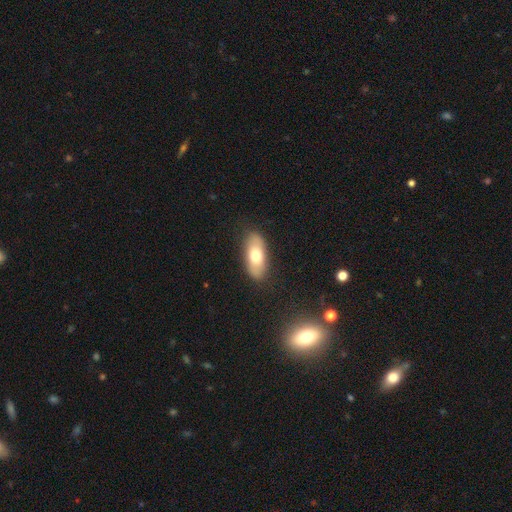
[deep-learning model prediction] smooth_or_featured: smooth (p=0.70) [alt: featured or disk p=0.24]
how_rounded: in between (p=0.83) [alt: cigar-shaped p=0.13]
merging: none (p=0.85) [alt: minor disturbance p=0.11]